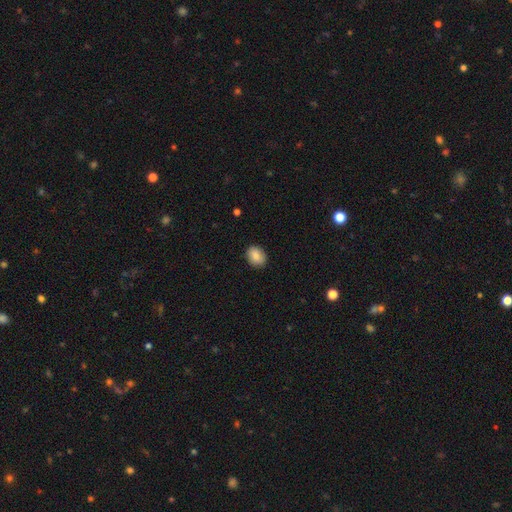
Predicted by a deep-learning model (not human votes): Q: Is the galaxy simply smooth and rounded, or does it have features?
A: smooth — 85%.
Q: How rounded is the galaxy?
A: in between — 57%.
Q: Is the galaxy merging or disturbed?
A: none — 88%.